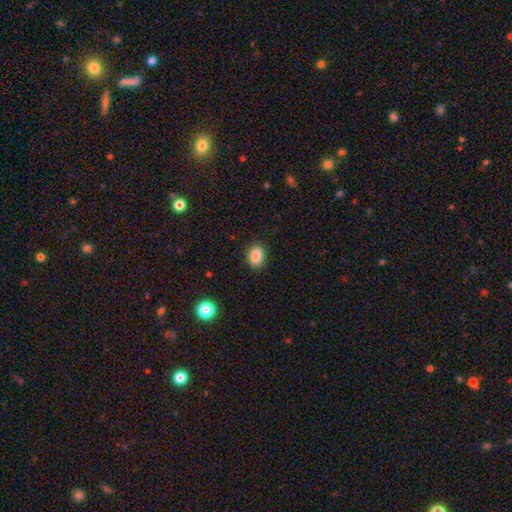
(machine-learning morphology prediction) This appears to be a smooth galaxy with no disk features (86%) that is in between round and cigar-shaped (78%). Merging: none (85%).